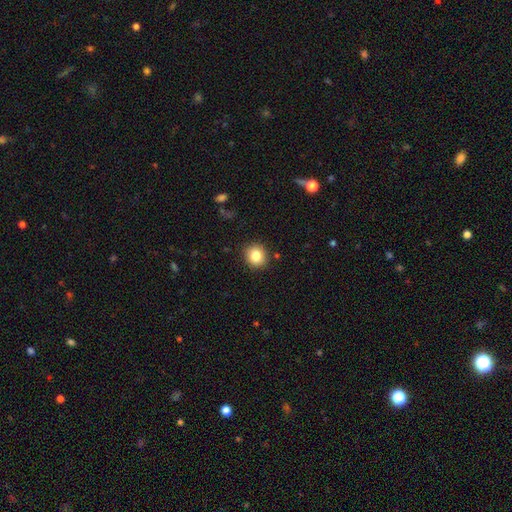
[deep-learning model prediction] Q: Smooth or featured?
A: smooth (83%); runner-up: star or artifact (10%)
Q: How rounded?
A: round (85%); runner-up: in between (14%)
Q: Merging?
A: none (90%); runner-up: minor disturbance (7%)